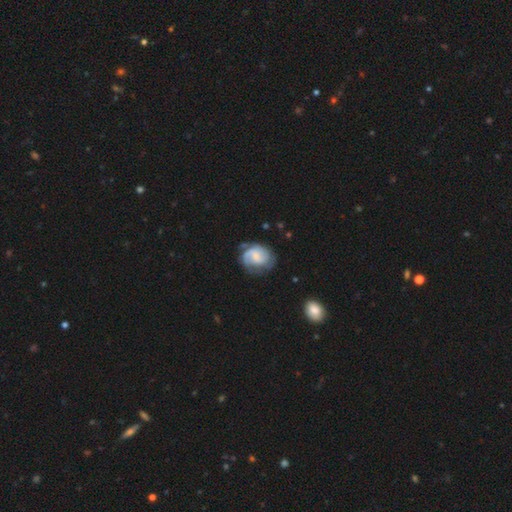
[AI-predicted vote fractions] The model was most divided on "spiral winding": medium: 41%, tight: 40%, loose: 19%. Remaining: edge-on disk — no (98%); spiral arms — yes (92%); smooth or featured — featured or disk (71%); merging — none (60%); bar — no (52%); spiral arm count — 2 (50%); bulge size — small (49%).